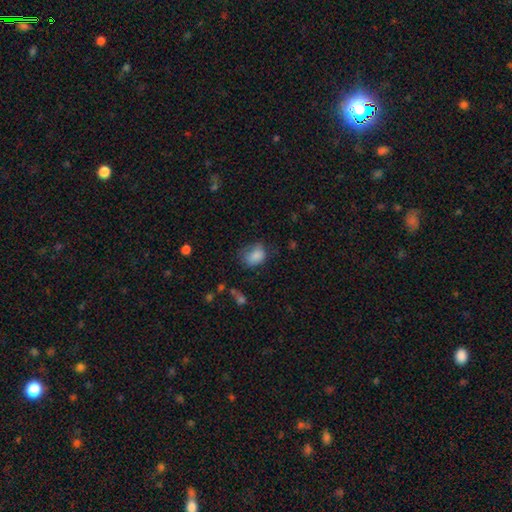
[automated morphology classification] This is clearly a smooth galaxy (83%). How rounded: likely in between (68%). Merging: possibly none (50%).